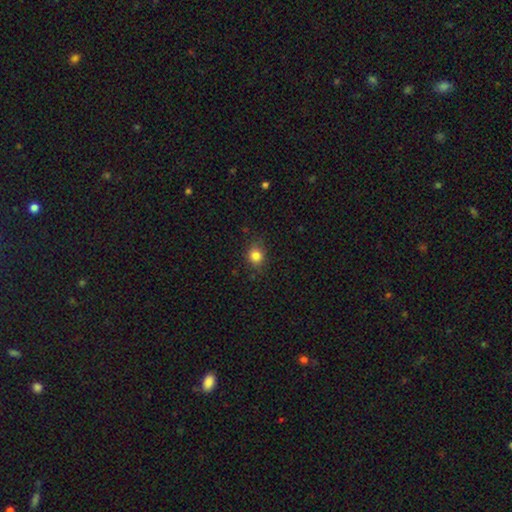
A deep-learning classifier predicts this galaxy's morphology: A smooth galaxy with no disk features (84%) that is round (75%). Merging: none (81%).